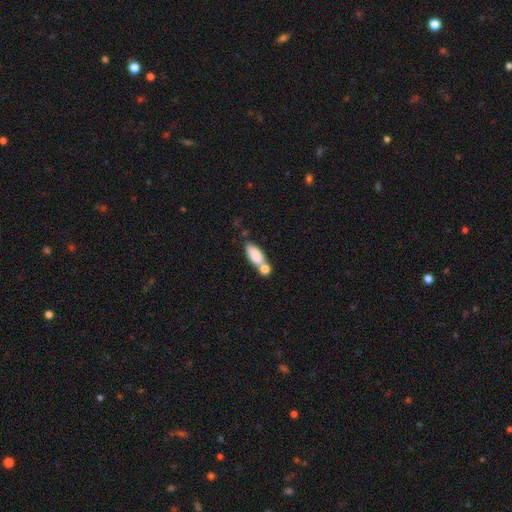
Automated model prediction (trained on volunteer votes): smooth_or_featured: smooth (p=0.81) [alt: featured or disk p=0.11]
how_rounded: in between (p=0.79) [alt: cigar-shaped p=0.17]
merging: merger (p=0.44) [alt: none p=0.38]